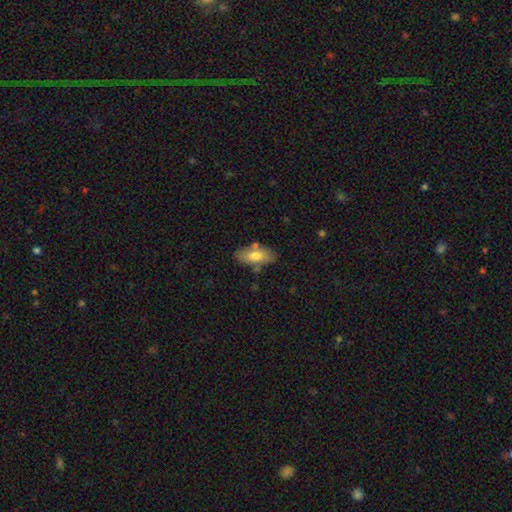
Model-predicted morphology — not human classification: Smooth or featured?
  - smooth: 71% *
  - featured or disk: 22%
  - star or artifact: 7%
How rounded?
  - in between: 87% *
  - cigar-shaped: 10%
  - round: 3%
Merging?
  - none: 74% *
  - minor disturbance: 15%
  - merger: 8%
  - major disturbance: 3%